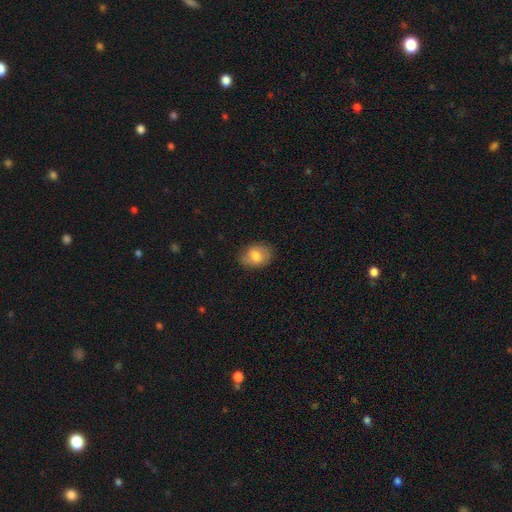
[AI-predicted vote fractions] smooth-or-featured: smooth: 72% | featured or disk: 20% | star or artifact: 8%
  how-rounded: in between: 68% | round: 30% | cigar-shaped: 1%
  merging: none: 73% | minor disturbance: 21% | major disturbance: 5% | merger: 1%